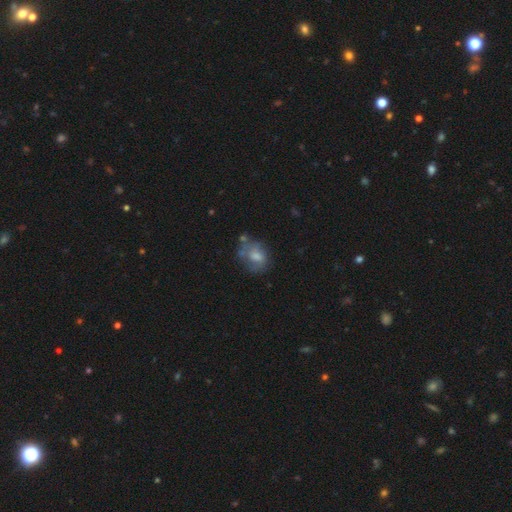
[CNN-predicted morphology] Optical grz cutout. It shows a smooth galaxy with no disk features (60%) that is in between round and cigar-shaped (54%). Merging: none (48%).